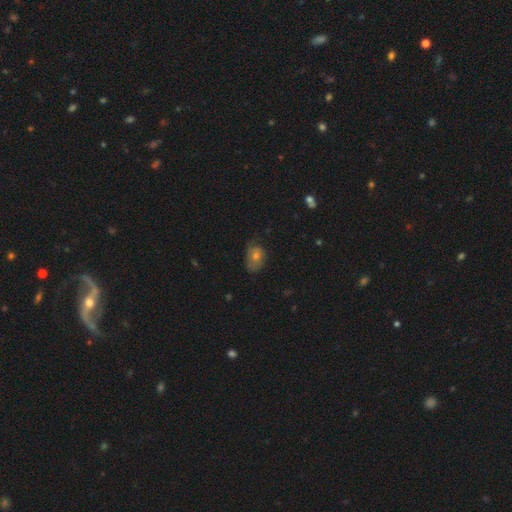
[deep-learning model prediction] Overall: smooth (53%; featured or disk 31%). How rounded: in between (69%). Merging: none (57%; minor disturbance 29%).